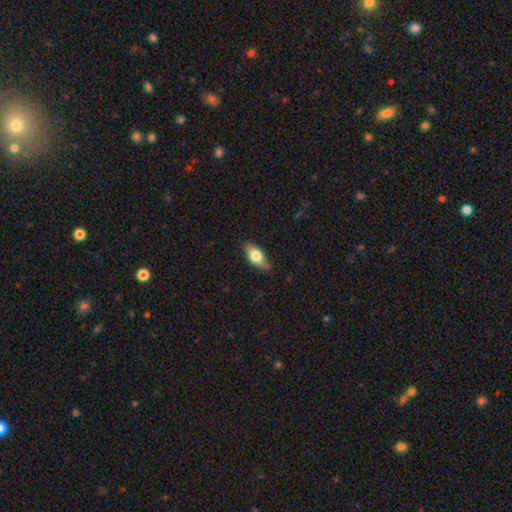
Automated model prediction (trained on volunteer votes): smooth-or-featured: smooth: 64% | featured or disk: 29% | star or artifact: 7%
  how-rounded: in between: 80% | cigar-shaped: 14% | round: 6%
  merging: none: 78% | minor disturbance: 17% | major disturbance: 3% | merger: 1%